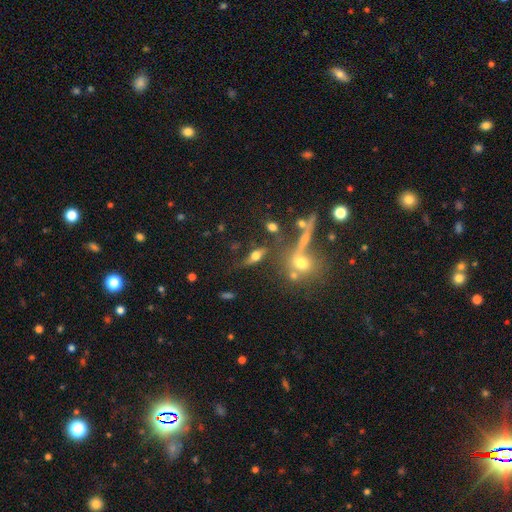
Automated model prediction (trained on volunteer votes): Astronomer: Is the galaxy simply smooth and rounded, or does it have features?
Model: smooth — 51% (runner-up: featured or disk, 35%).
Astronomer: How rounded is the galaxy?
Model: in between — 61%.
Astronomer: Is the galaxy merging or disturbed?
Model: none — 60%.